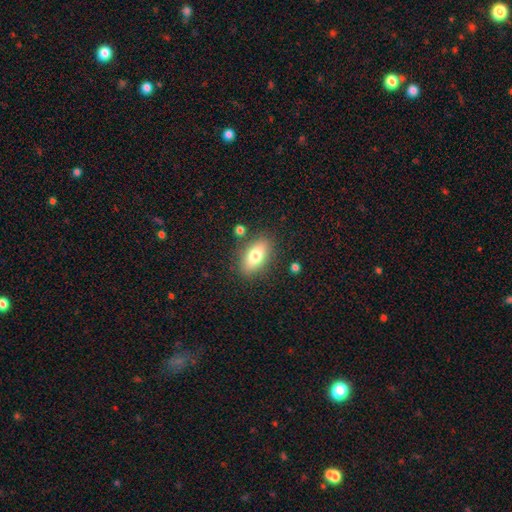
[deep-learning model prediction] smooth-or-featured: smooth: 74% | featured or disk: 18% | star or artifact: 8%
  how-rounded: in between: 86% | cigar-shaped: 8% | round: 6%
  merging: none: 83% | minor disturbance: 11% | merger: 3% | major disturbance: 3%